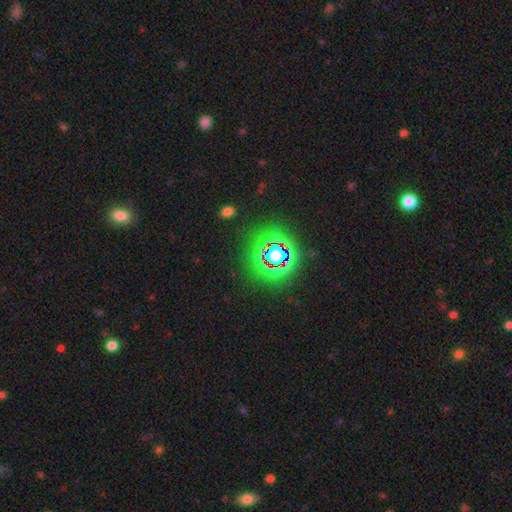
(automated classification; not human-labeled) Overall: star or artifact (81%).